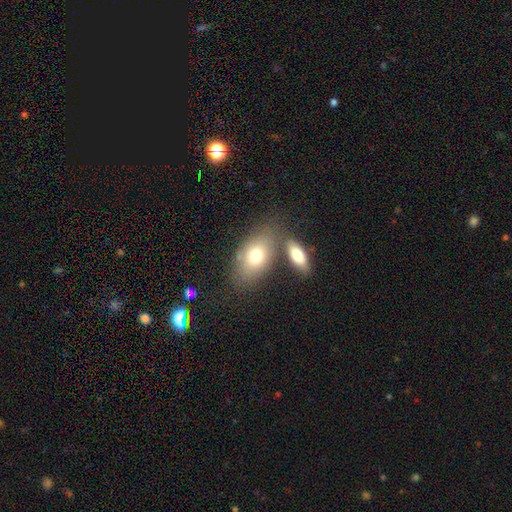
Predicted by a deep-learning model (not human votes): Smooth or featured: smooth — 74% (featured or disk — 18%)
How rounded: in between — 87% (round — 10%)
Merging: none — 58% (merger — 24%)